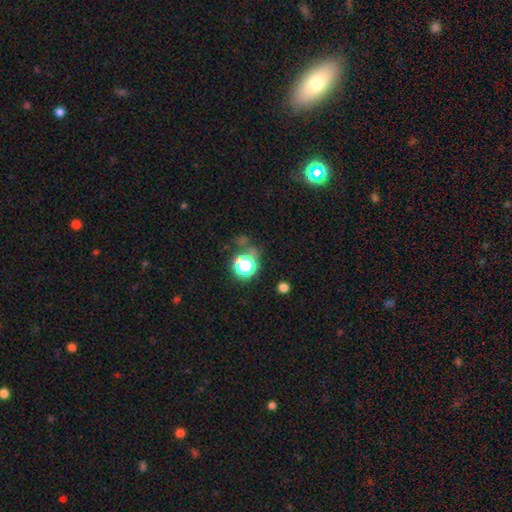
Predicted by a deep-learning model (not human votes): Morphology: type=star or artifact (58%).